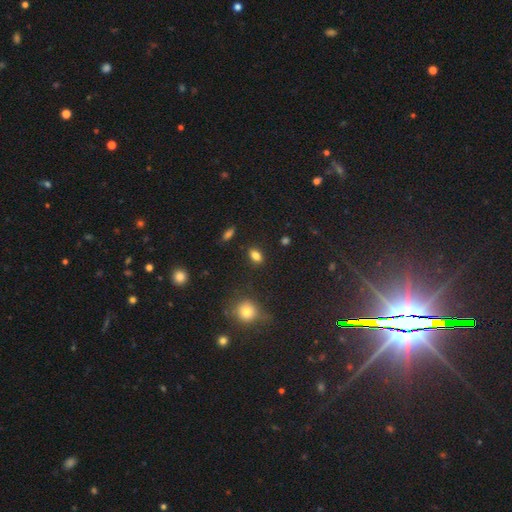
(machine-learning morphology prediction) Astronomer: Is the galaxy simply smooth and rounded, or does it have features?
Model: smooth — 82%.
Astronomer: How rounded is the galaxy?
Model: in between — 81%.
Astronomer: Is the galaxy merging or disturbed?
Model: none — 86%.